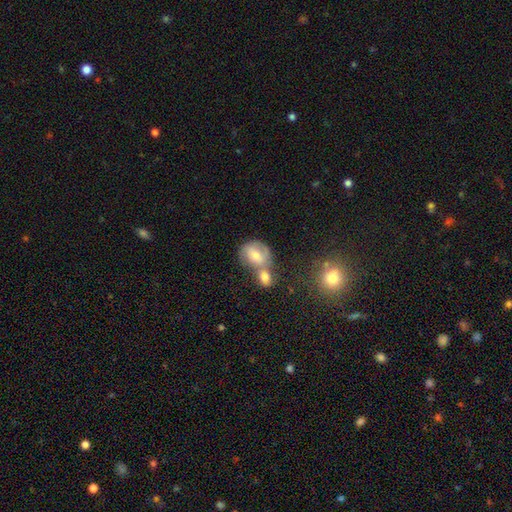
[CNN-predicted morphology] This appears to be a smooth galaxy with no disk features (48%). Merging: merger (45%).